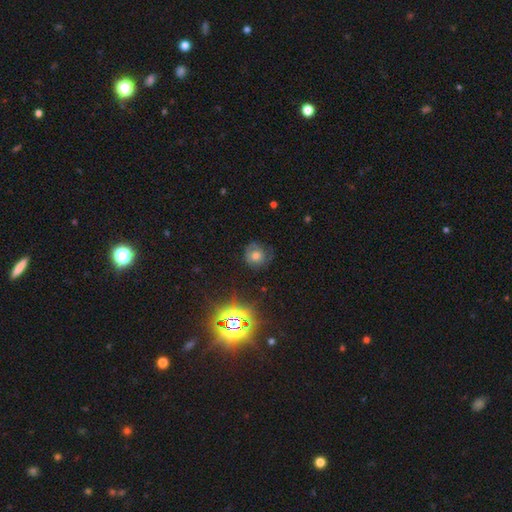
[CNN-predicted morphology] smooth_or_featured: smooth (p=0.56) [alt: star or artifact p=0.23]
how_rounded: round (p=0.85) [alt: in between p=0.13]
merging: none (p=0.68) [alt: minor disturbance p=0.21]